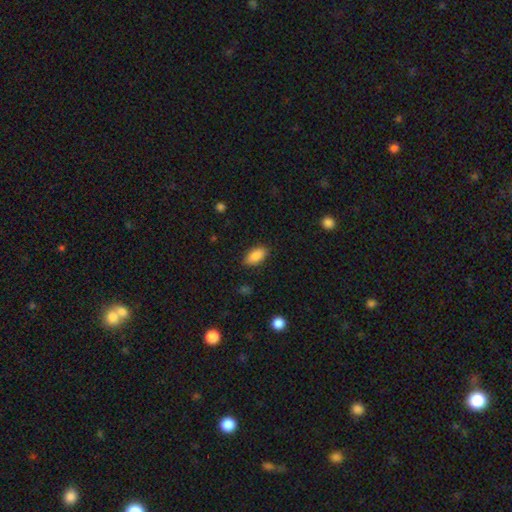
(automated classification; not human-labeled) smooth-or-featured: smooth: 88% | star or artifact: 7% | featured or disk: 5%
  how-rounded: in between: 91% | cigar-shaped: 6% | round: 3%
  merging: none: 85% | minor disturbance: 11% | major disturbance: 3% | merger: 1%